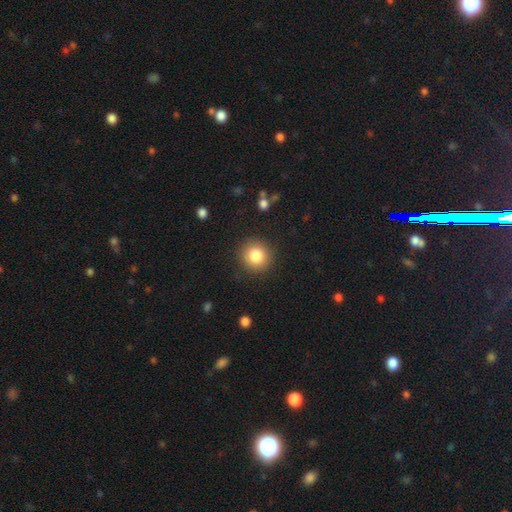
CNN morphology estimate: Smooth or featured? Predicted: smooth (p=0.83). How rounded? Predicted: round (p=0.93). Merging? Predicted: none (p=0.90).